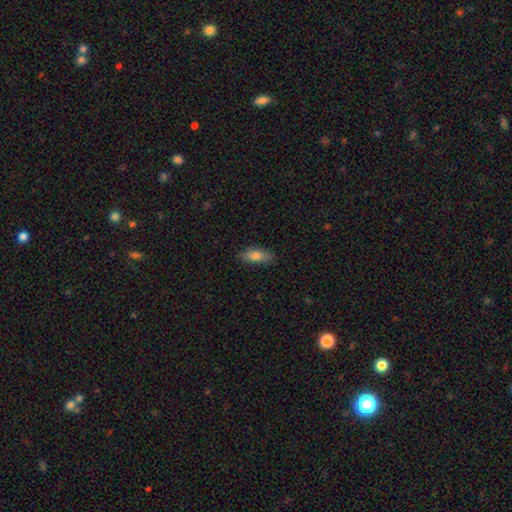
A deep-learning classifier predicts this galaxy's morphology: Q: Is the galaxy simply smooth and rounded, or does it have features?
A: smooth — 76%.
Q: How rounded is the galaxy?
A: in between — 74%.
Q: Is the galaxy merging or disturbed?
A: none — 85%.